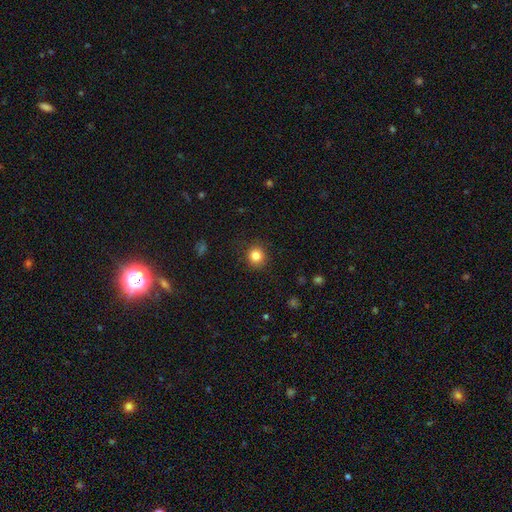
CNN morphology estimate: The model was most divided on "smooth or featured": smooth: 84%, star or artifact: 11%, featured or disk: 5%. More confident: how rounded — round (90%); merging — none (89%).